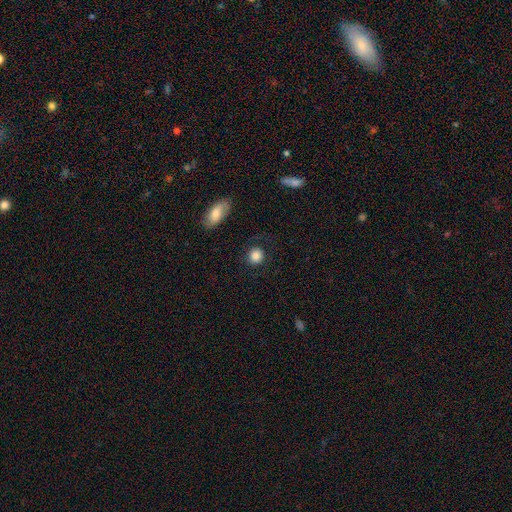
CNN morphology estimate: smooth-or-featured: smooth: 85% | star or artifact: 9% | featured or disk: 6%
  how-rounded: round: 88% | in between: 10% | cigar-shaped: 1%
  merging: none: 83% | minor disturbance: 10% | major disturbance: 5% | merger: 2%